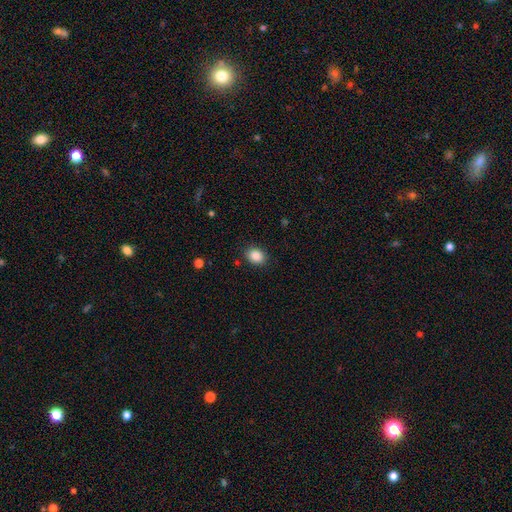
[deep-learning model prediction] smooth-or-featured: smooth: 88% | star or artifact: 8% | featured or disk: 4%
  how-rounded: in between: 57% | round: 42% | cigar-shaped: 1%
  merging: none: 86% | minor disturbance: 10% | major disturbance: 3% | merger: 1%